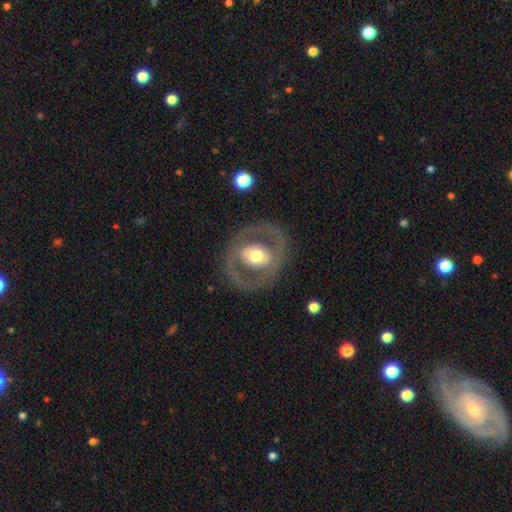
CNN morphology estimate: This is likely a featured or disk galaxy (61%). It is clearly not viewed edge-on (94%). Bar: likely no (65%). Spiral arm pattern: clearly no (80%). Central bulge: likely moderate (62%). Merging: clearly none (80%).